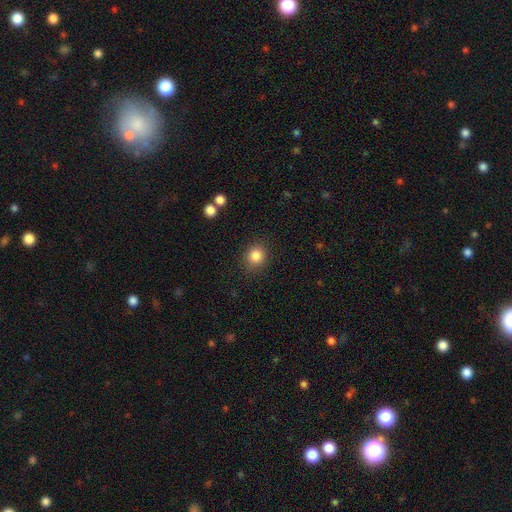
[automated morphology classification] Overall: smooth (84%). How rounded: round (79%). Merging: none (86%).